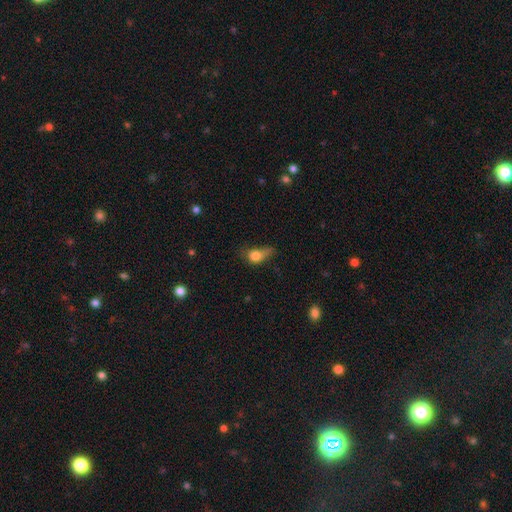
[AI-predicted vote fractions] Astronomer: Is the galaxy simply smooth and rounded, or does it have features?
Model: smooth — 74%.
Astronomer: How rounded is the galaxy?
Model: in between — 56% (runner-up: round, 38%).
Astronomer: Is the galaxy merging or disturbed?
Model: major disturbance — 37% (runner-up: minor disturbance, 33%).